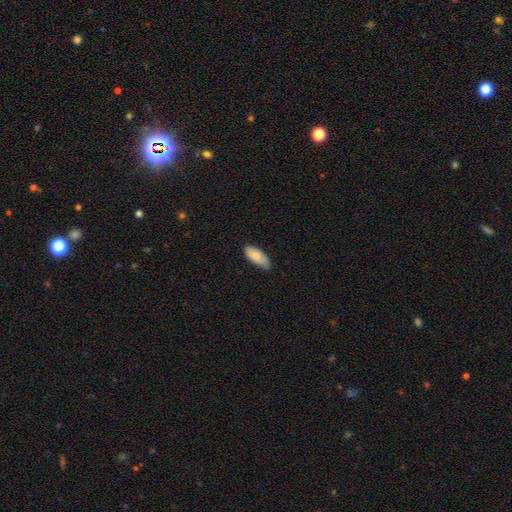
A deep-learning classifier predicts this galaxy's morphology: Overall: smooth (85%). How rounded: in between (83%). Merging: none (66%; minor disturbance 29%).